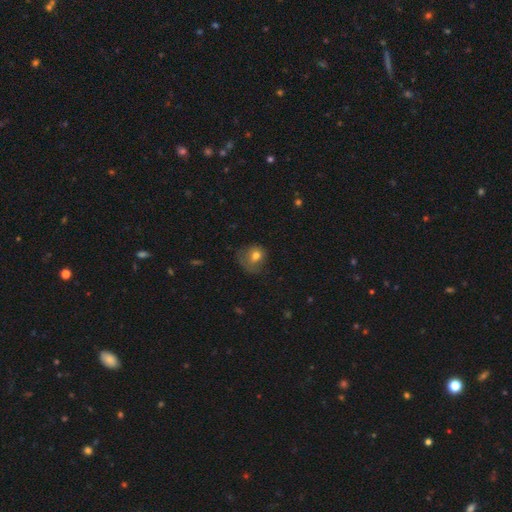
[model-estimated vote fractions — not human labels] smooth-or-featured: smooth: 72% | featured or disk: 18% | star or artifact: 11%
  how-rounded: round: 70% | in between: 29% | cigar-shaped: 1%
  merging: none: 44% | minor disturbance: 29% | major disturbance: 25% | merger: 2%